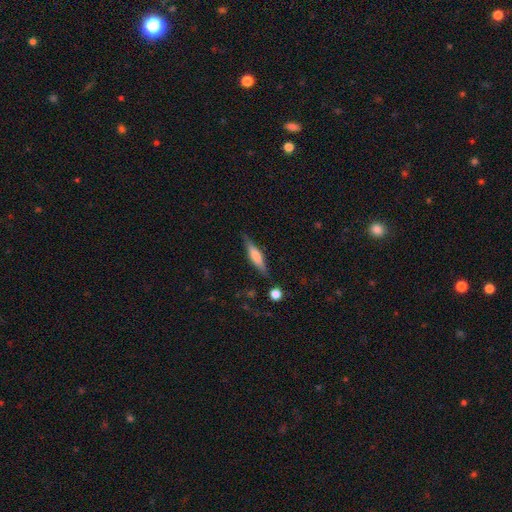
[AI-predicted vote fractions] Q: Smooth or featured?
A: featured or disk (47%); tied with: smooth (47%)
Q: Merging?
A: none (83%); runner-up: minor disturbance (12%)